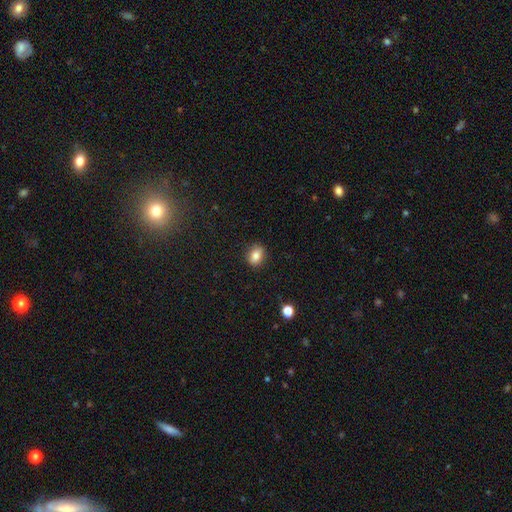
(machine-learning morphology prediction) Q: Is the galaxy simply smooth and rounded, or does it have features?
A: smooth — 81%.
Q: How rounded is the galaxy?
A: in between — 54%.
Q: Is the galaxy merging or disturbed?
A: none — 88%.